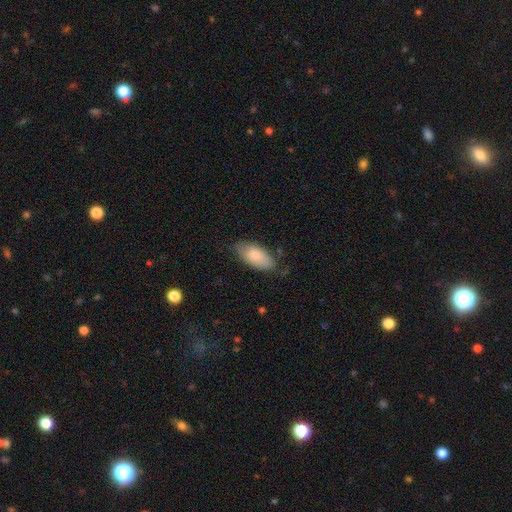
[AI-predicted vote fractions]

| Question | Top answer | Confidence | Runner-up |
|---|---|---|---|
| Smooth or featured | smooth | 83% | featured or disk (12%) |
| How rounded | in between | 91% | cigar-shaped (7%) |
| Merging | none | 67% | minor disturbance (26%) |